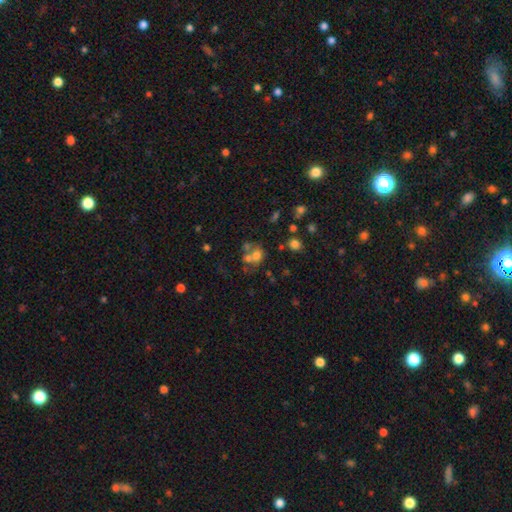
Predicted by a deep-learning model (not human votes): smooth-or-featured: smooth: 58% | featured or disk: 25% | star or artifact: 17%
  how-rounded: round: 66% | in between: 33% | cigar-shaped: 1%
  merging: merger: 49% | none: 33% | minor disturbance: 10% | major disturbance: 8%